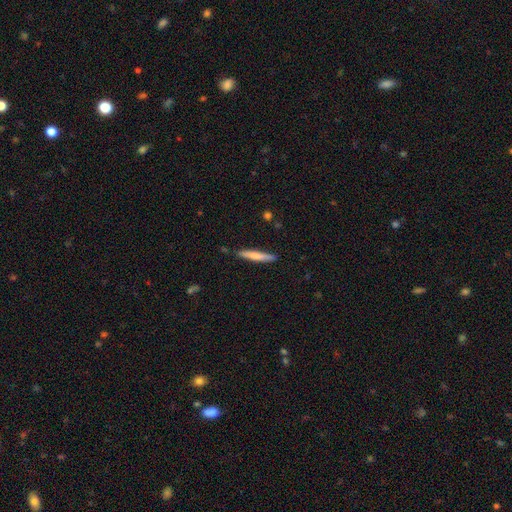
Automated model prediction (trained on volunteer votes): A smooth galaxy with no disk features (64%) that is cigar-shaped (94%).

Vote fractions:
- Smooth or featured? smooth: 64% / featured or disk: 30% / star or artifact: 5%
- How rounded? cigar-shaped: 94% / in between: 5% / round: 1%
- Merging? none: 87% / minor disturbance: 9% / major disturbance: 2% / merger: 2%